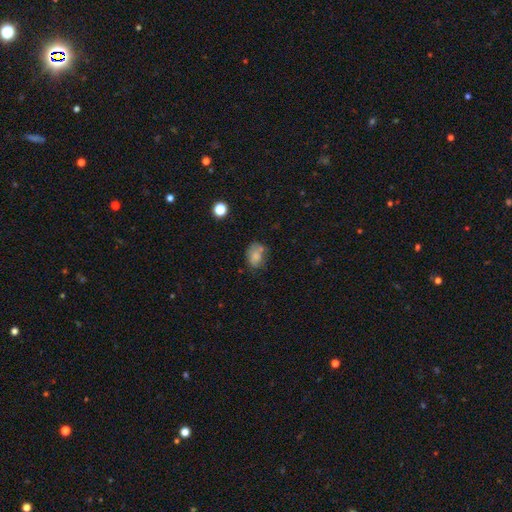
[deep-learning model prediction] Q: Smooth or featured?
A: smooth (71%); runner-up: featured or disk (17%)
Q: How rounded?
A: in between (68%); runner-up: round (31%)
Q: Merging?
A: none (50%); runner-up: minor disturbance (27%)